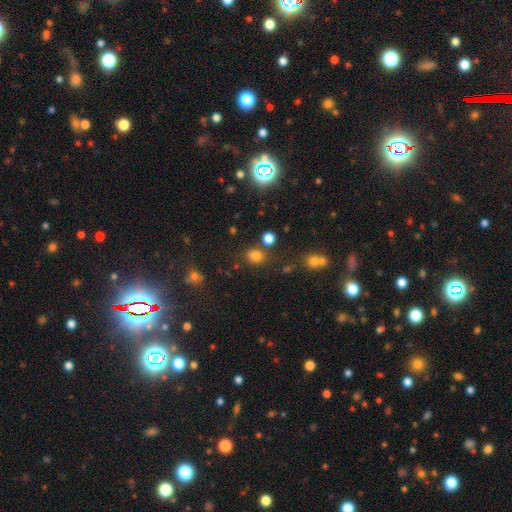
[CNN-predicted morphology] Q: Smooth or featured?
A: smooth (74%); runner-up: star or artifact (20%)
Q: How rounded?
A: in between (60%); runner-up: round (39%)
Q: Merging?
A: none (75%); runner-up: minor disturbance (12%)